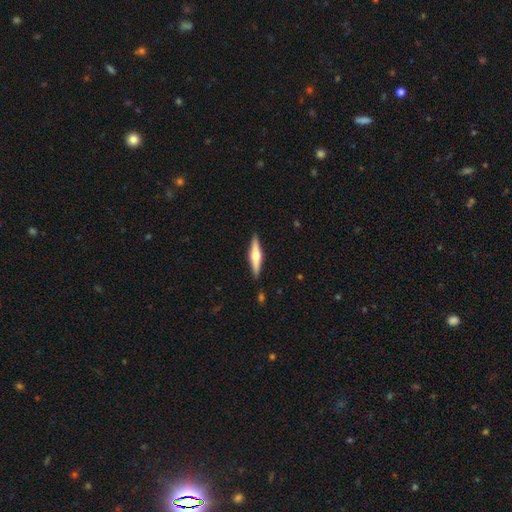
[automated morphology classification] Q: Smooth or featured?
A: featured or disk (61%); runner-up: smooth (34%)
Q: Edge-on disk?
A: yes (97%); runner-up: no (3%)
Q: Edge-on bulge?
A: rounded (92%); runner-up: boxy (5%)
Q: Merging?
A: none (90%); runner-up: minor disturbance (7%)